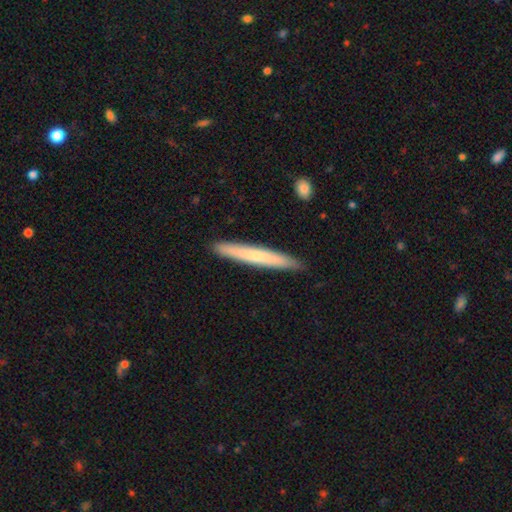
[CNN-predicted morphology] Q: Smooth or featured?
A: smooth (65%); runner-up: featured or disk (29%)
Q: How rounded?
A: cigar-shaped (97%); runner-up: in between (2%)
Q: Merging?
A: none (90%); runner-up: minor disturbance (7%)